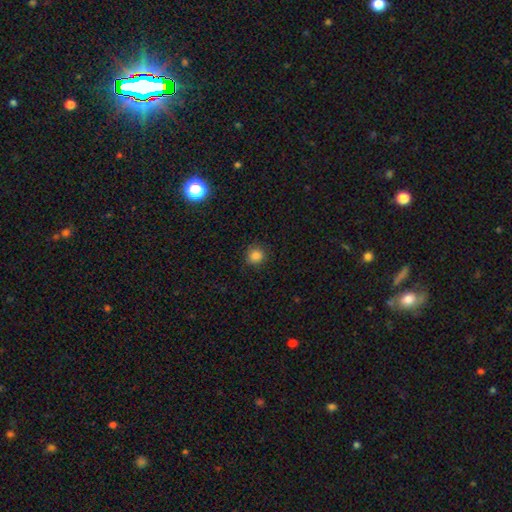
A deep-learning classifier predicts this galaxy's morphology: Smooth or featured? Predicted: smooth (p=0.83). How rounded? Predicted: round (p=0.91). Merging? Predicted: none (p=0.89).